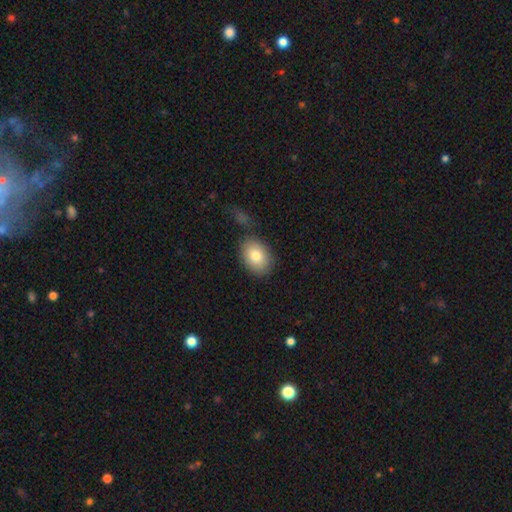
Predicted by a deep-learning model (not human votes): Smooth or featured?
  - smooth: 81% *
  - featured or disk: 12%
  - star or artifact: 8%
How rounded?
  - in between: 76% *
  - round: 23%
  - cigar-shaped: 1%
Merging?
  - none: 78% *
  - minor disturbance: 13%
  - merger: 5%
  - major disturbance: 4%